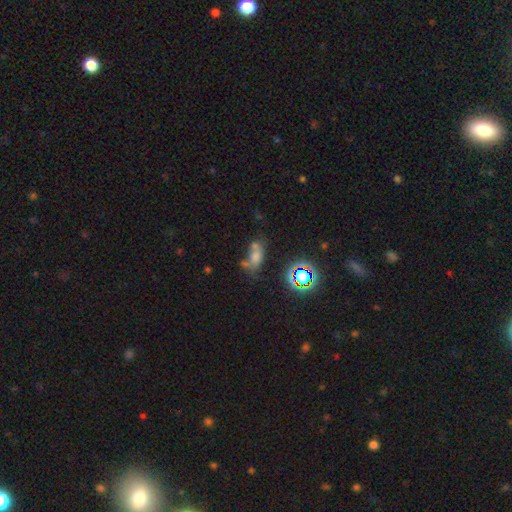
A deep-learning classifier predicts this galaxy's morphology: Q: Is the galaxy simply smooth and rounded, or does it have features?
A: smooth — 58%.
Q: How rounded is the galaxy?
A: in between — 77%.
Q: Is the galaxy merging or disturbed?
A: none — 38%.